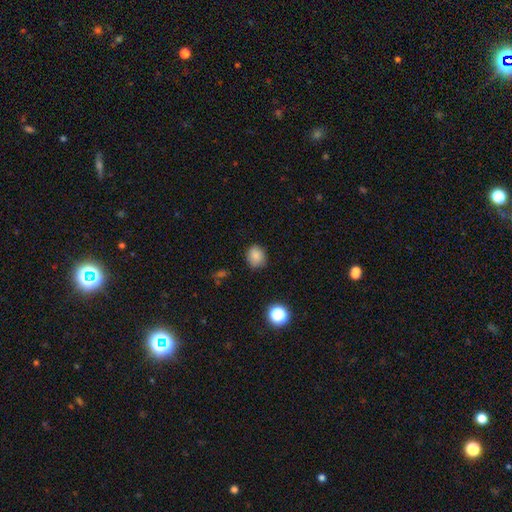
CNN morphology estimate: A smooth galaxy with no disk features (83%) that is round (68%). Merging: none (82%).